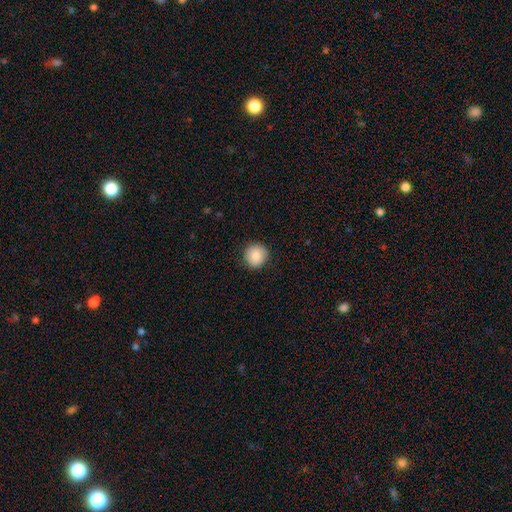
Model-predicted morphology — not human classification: type=smooth (84%); roundness=round (95%); merging=none (91%).